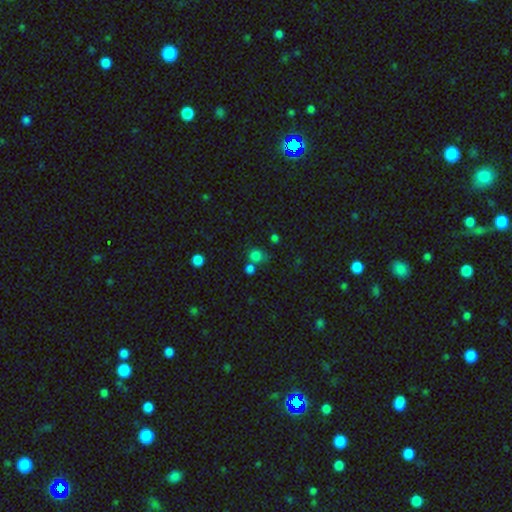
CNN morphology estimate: The model was most divided on "merging": none: 55%, merger: 27%, minor disturbance: 12%, major disturbance: 6%. More confident: how rounded — round (80%); smooth or featured — smooth (76%).